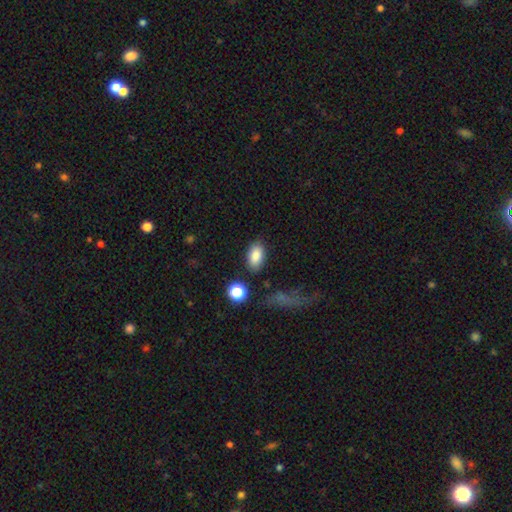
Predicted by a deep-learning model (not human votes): A smooth galaxy with no disk features (85%) that is in between round and cigar-shaped (91%). Merging: none (82%).